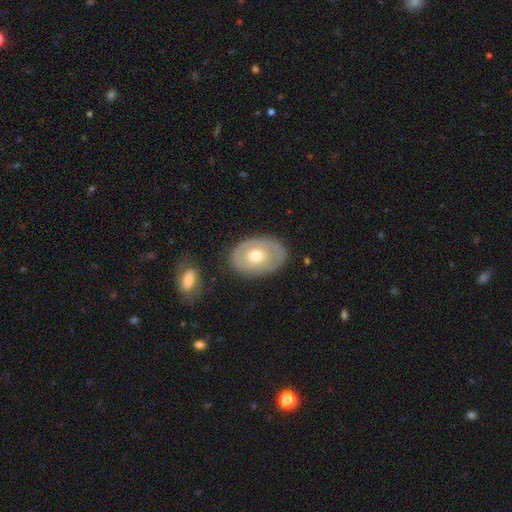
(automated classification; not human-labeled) featured or disk 51%, smooth 44%, star or artifact 5%. Down the decision tree: edge-on disk — no (92%); merging — none (80%).